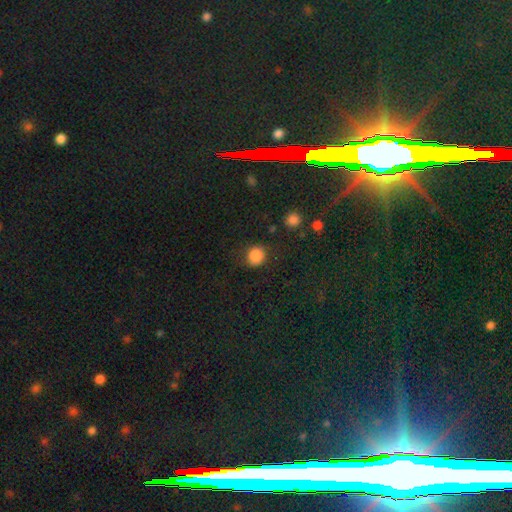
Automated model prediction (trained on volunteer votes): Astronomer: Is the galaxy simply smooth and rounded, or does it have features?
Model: smooth — 85%.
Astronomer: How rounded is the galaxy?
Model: round — 79%.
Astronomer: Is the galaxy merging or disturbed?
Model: none — 79%.